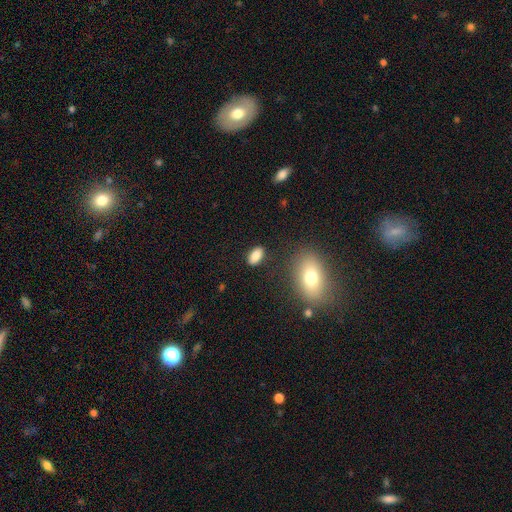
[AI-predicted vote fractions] Q: Smooth or featured?
A: smooth (84%); runner-up: star or artifact (9%)
Q: How rounded?
A: in between (90%); runner-up: round (6%)
Q: Merging?
A: none (84%); runner-up: minor disturbance (10%)